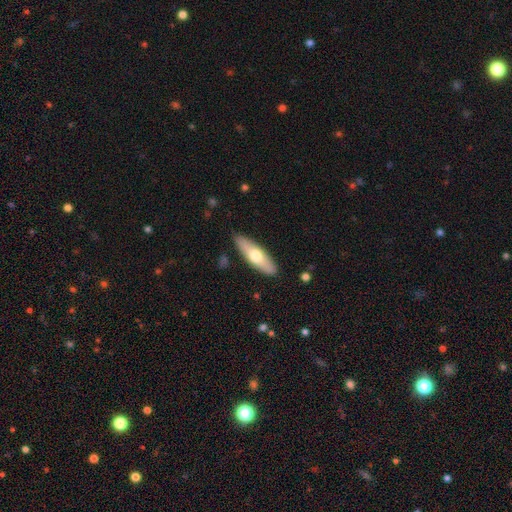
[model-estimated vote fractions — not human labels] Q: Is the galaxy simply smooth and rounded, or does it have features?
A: smooth — 59%.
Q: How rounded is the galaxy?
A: cigar-shaped — 54%.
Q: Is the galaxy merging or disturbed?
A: none — 88%.